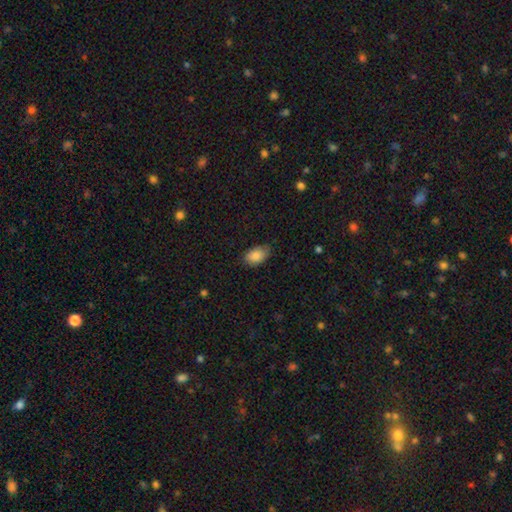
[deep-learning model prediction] Overall: smooth (86%). How rounded: in between (90%). Merging: none (74%).